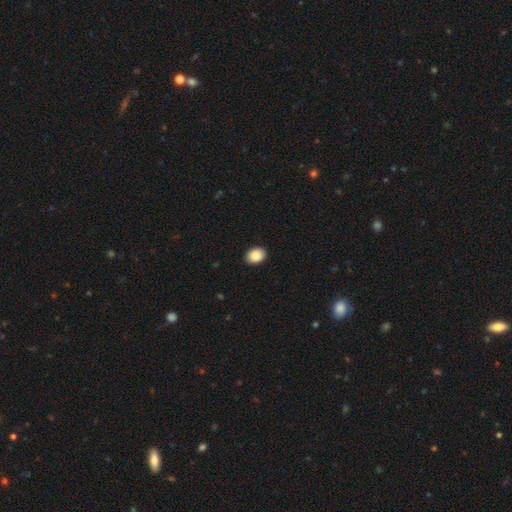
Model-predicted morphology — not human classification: smooth 89%, star or artifact 7%, featured or disk 3%. Down the decision tree: how rounded — in between (73%); merging — none (90%).